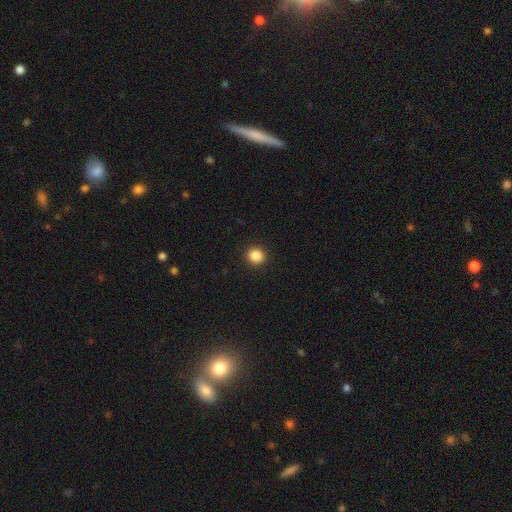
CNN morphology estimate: Smooth or featured: smooth — 86% (star or artifact — 11%)
How rounded: round — 91% (in between — 8%)
Merging: none — 93% (minor disturbance — 4%)